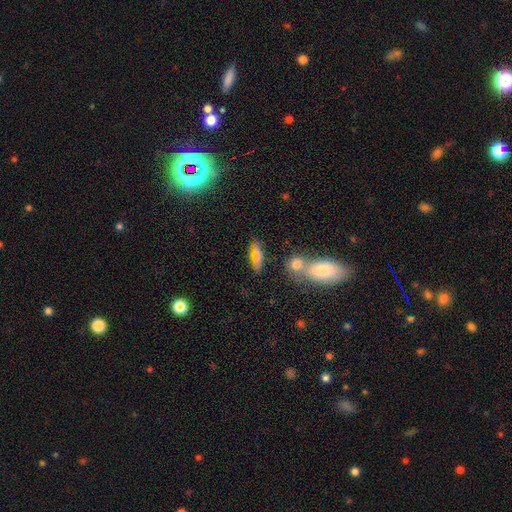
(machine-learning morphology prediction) smooth_or_featured: smooth (p=0.52) [alt: featured or disk p=0.32]
how_rounded: cigar-shaped (p=0.51) [alt: in between p=0.40]
merging: none (p=0.69) [alt: merger p=0.14]